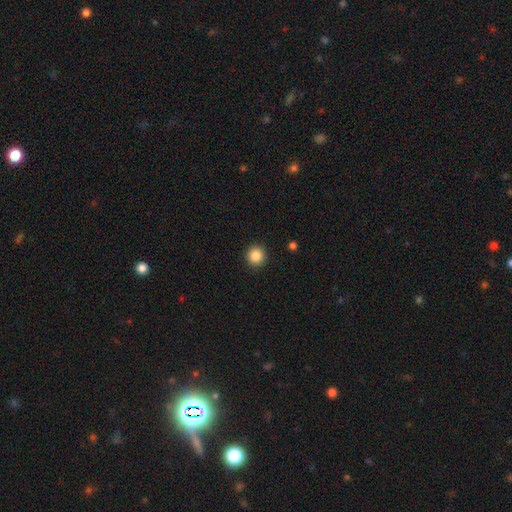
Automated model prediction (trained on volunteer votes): smooth 86%, star or artifact 10%, featured or disk 4%. Down the decision tree: how rounded — round (94%); merging — none (93%).